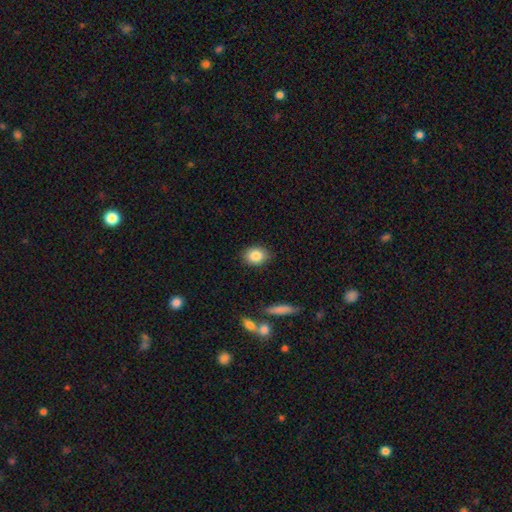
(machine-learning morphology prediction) A smooth galaxy with no disk features (85%) that is in between round and cigar-shaped (54%). Merging: none (86%).